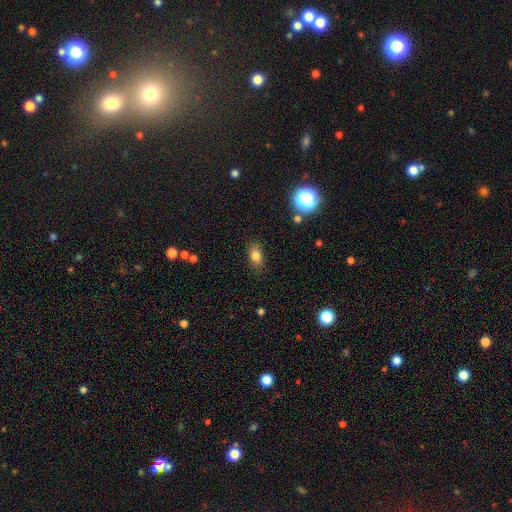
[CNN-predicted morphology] Smooth or featured? smooth (80%)
How rounded? in between (84%)
Merging? none (84%)